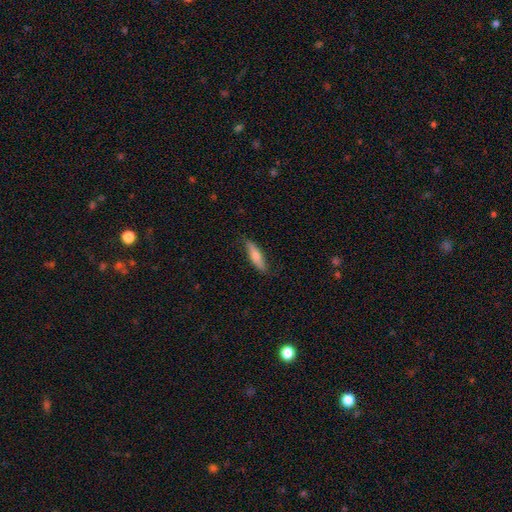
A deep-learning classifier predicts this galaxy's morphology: Smooth or featured? Predicted: smooth (p=0.60). How rounded? Predicted: cigar-shaped (p=0.73). Merging? Predicted: none (p=0.79).